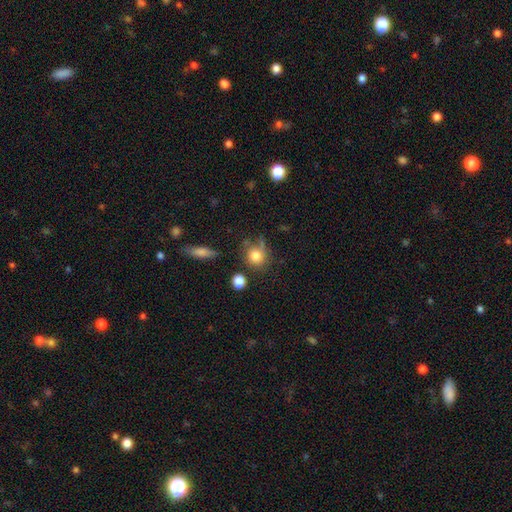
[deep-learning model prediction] Smooth or featured?
  - smooth: 81% *
  - star or artifact: 10%
  - featured or disk: 9%
How rounded?
  - round: 83% *
  - in between: 16%
  - cigar-shaped: 1%
Merging?
  - none: 64% *
  - minor disturbance: 19%
  - merger: 10%
  - major disturbance: 7%